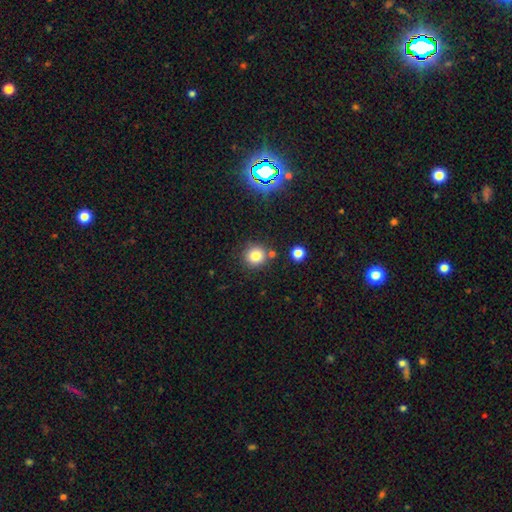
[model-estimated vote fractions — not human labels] This is likely a smooth galaxy (80%). How rounded: clearly round (91%). Merging: likely none (79%).